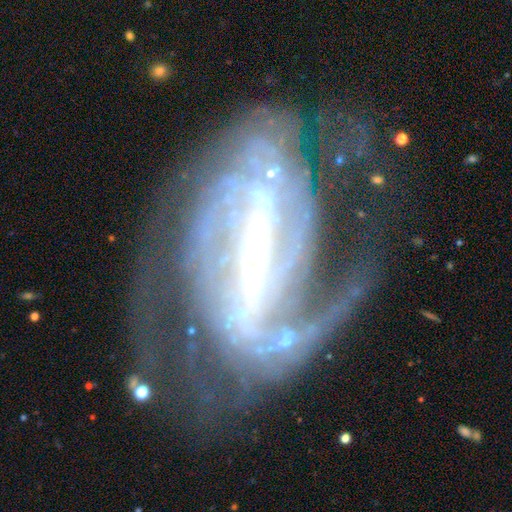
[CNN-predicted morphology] smooth_or_featured: featured or disk (p=0.88) [alt: star or artifact p=0.07]
disk_edge_on: no (p=0.93) [alt: yes p=0.07]
bar: strong (p=0.78) [alt: weak p=0.17]
has_spiral_arms: yes (p=0.93) [alt: no p=0.07]
spiral_winding: medium (p=0.42) [alt: tight p=0.41]
spiral_arm_count: 2 (p=0.51) [alt: can't tell p=0.21]
bulge_size: small (p=0.58) [alt: moderate p=0.25]
merging: none (p=0.54) [alt: major disturbance p=0.24]